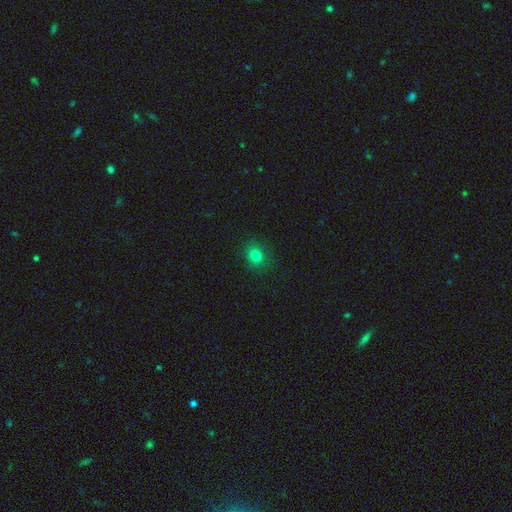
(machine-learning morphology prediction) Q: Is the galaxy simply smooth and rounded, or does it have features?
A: smooth — 79%.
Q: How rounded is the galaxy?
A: round — 71%.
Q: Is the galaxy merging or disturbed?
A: none — 86%.